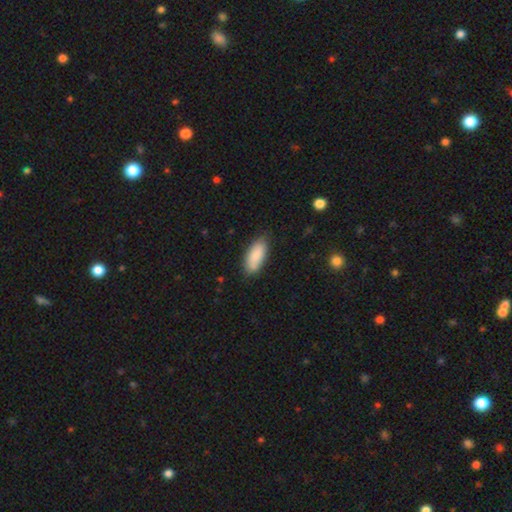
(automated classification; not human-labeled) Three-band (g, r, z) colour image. It shows a smooth galaxy with no disk features (87%) that is in between round and cigar-shaped (82%). Merging: none (79%).